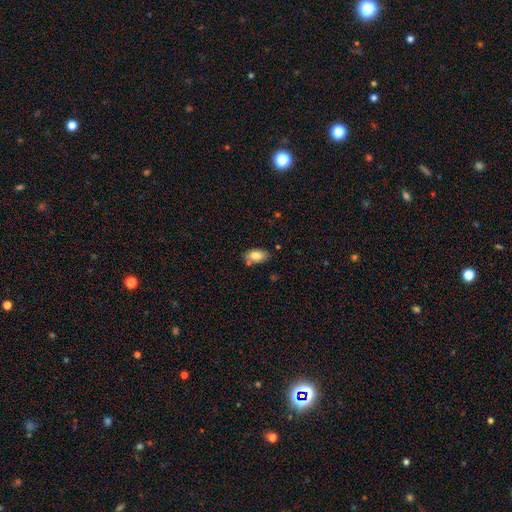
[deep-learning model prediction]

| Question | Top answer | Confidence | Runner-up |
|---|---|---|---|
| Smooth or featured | smooth | 82% | featured or disk (11%) |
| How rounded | in between | 92% | round (6%) |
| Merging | none | 73% | minor disturbance (16%) |